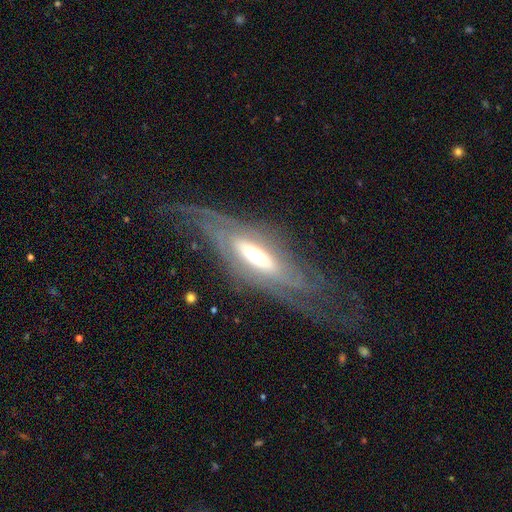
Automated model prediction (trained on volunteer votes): smooth_or_featured: featured or disk (p=0.83) [alt: smooth p=0.11]
disk_edge_on: no (p=0.71) [alt: yes p=0.29]
bar: no (p=0.40) [alt: weak p=0.34]
has_spiral_arms: yes (p=0.88) [alt: no p=0.12]
spiral_winding: tight (p=0.42) [alt: medium p=0.37]
spiral_arm_count: can't tell (p=0.43) [alt: 2 p=0.27]
bulge_size: moderate (p=0.51) [alt: large p=0.31]
merging: none (p=0.60) [alt: minor disturbance p=0.20]